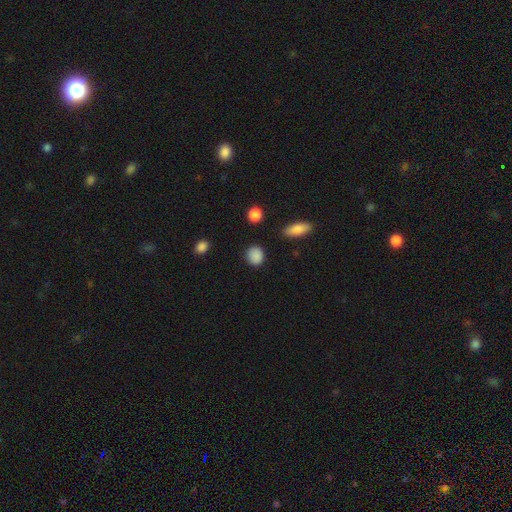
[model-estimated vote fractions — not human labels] Overall: smooth (88%). How rounded: round (77%). Merging: none (87%).